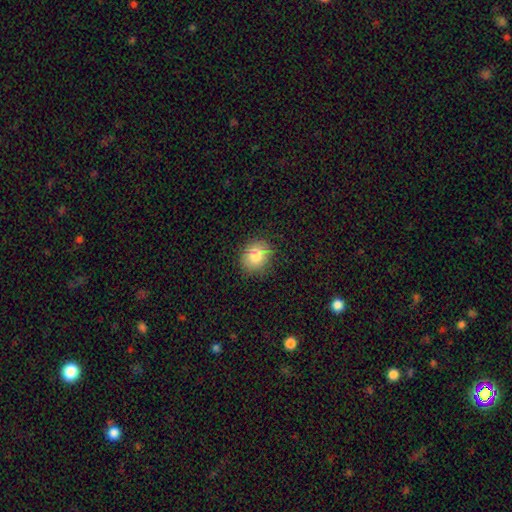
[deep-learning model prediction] This is likely a smooth galaxy (78%). How rounded: likely round (65%). Merging: likely none (78%).